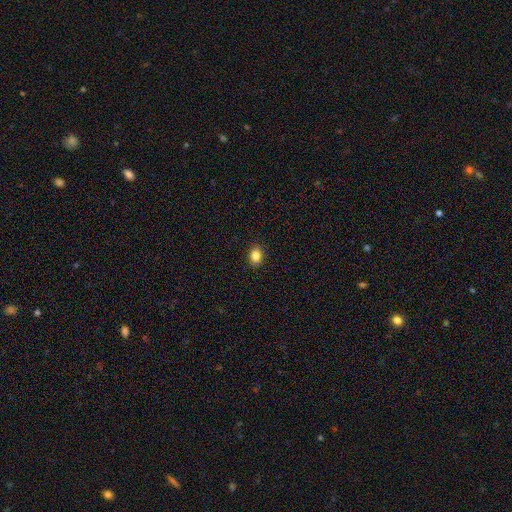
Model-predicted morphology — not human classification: This is clearly a smooth galaxy (85%). How rounded: likely in between (63%). Merging: clearly none (90%).